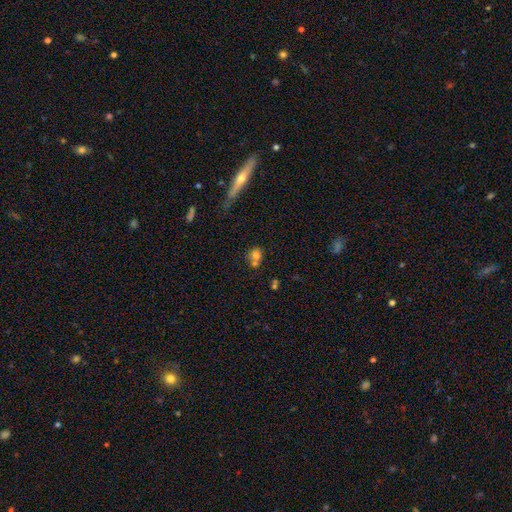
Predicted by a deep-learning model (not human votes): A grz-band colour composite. It shows a smooth galaxy with no disk features (72%) that is round (74%). Merging: merger (46%).